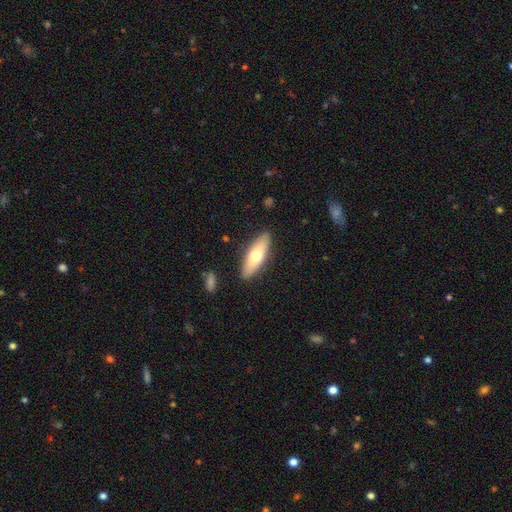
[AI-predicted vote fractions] A smooth galaxy with no disk features (64%) that is in between round and cigar-shaped (56%). Merging: none (88%).